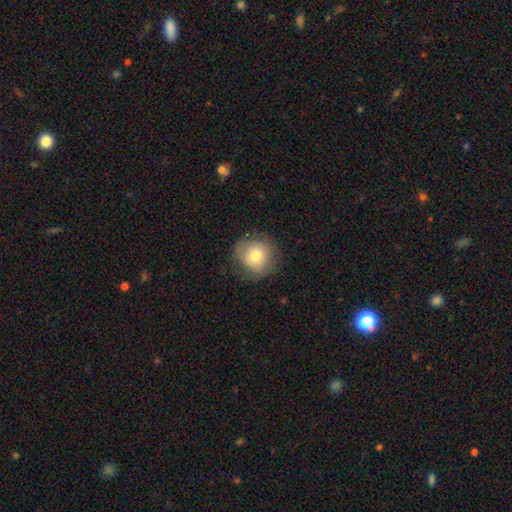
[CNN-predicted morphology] smooth 74%, featured or disk 17%, star or artifact 9%. Down the decision tree: how rounded — round (90%); merging — none (77%).